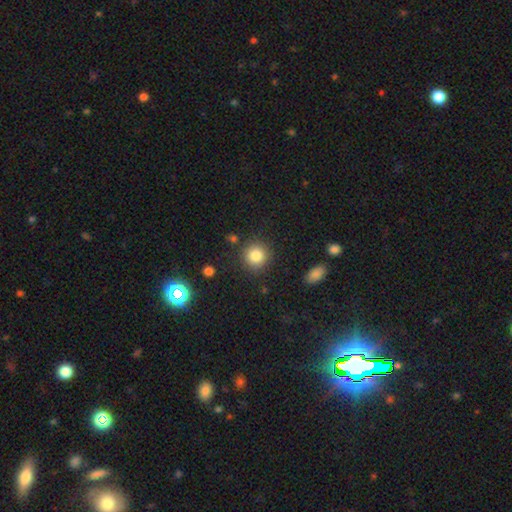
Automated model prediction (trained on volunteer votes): Q: Smooth or featured?
A: smooth (84%); runner-up: star or artifact (10%)
Q: How rounded?
A: round (91%); runner-up: in between (8%)
Q: Merging?
A: none (87%); runner-up: minor disturbance (8%)